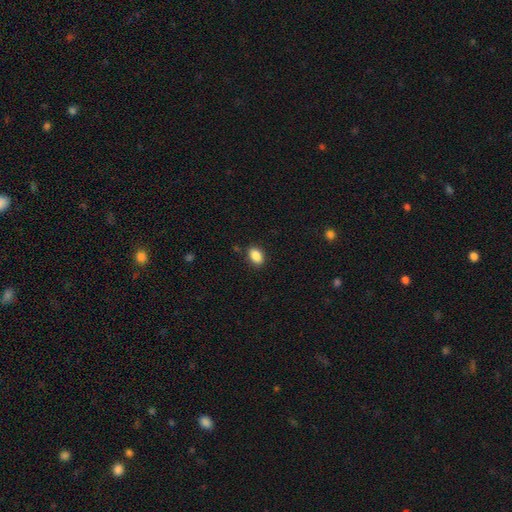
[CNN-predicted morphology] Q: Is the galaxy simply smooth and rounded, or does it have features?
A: smooth — 88%.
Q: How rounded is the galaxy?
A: in between — 86%.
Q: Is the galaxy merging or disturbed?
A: none — 86%.